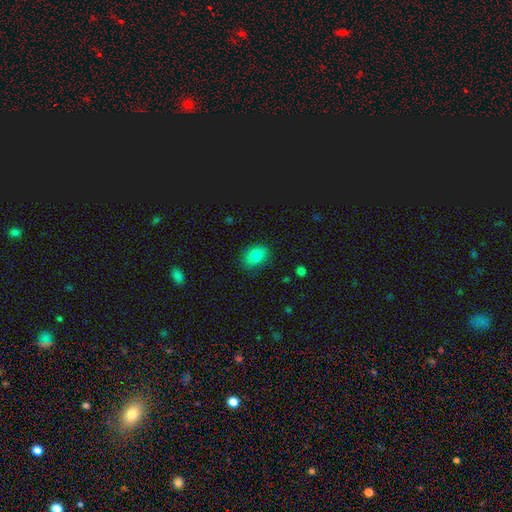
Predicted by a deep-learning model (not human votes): A smooth galaxy with no disk features (81%) that is in between round and cigar-shaped (66%).

Vote fractions:
- Smooth or featured? smooth: 81% / star or artifact: 10% / featured or disk: 9%
- How rounded? in between: 66% / round: 33% / cigar-shaped: 1%
- Merging? none: 80% / minor disturbance: 15% / major disturbance: 4% / merger: 1%